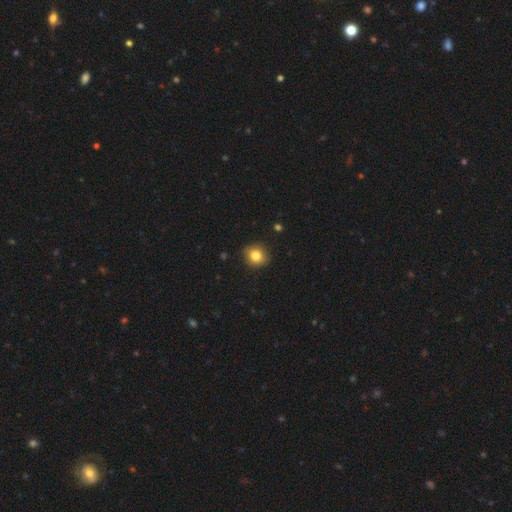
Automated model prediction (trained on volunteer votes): The model was most divided on "how rounded": round: 80%, in between: 19%, cigar-shaped: 1%. More confident: merging — none (89%); smooth or featured — smooth (83%).